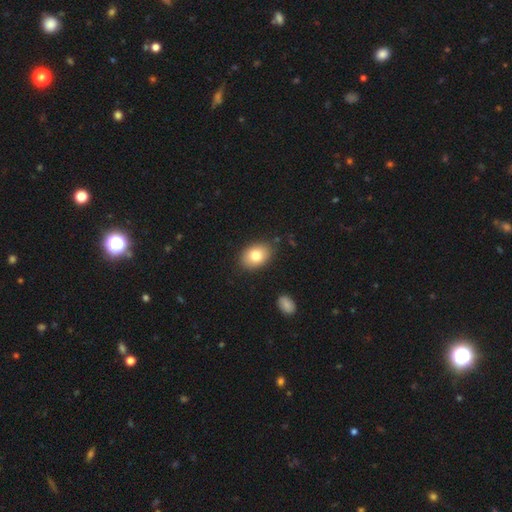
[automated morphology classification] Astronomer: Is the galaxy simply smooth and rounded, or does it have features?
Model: smooth — 80%.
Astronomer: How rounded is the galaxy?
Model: in between — 79%.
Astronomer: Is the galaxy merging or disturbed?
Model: none — 85%.